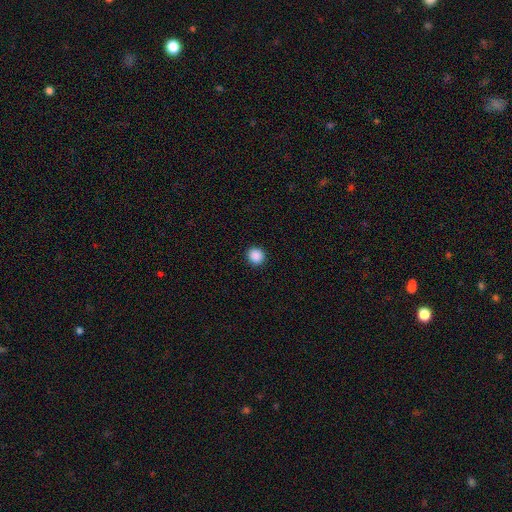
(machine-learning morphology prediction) smooth 89%, star or artifact 9%, featured or disk 2%. Down the decision tree: how rounded — round (91%); merging — none (93%).